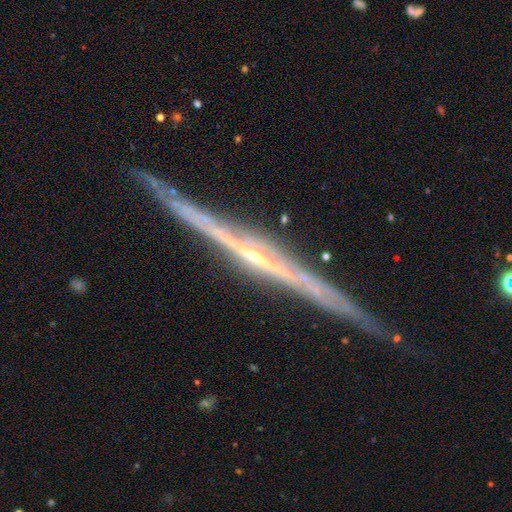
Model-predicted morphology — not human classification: The model was most divided on "edge-on bulge": rounded: 52%, none: 39%, boxy: 9%. More confident: edge-on disk — yes (98%); smooth or featured — featured or disk (89%); merging — none (88%).